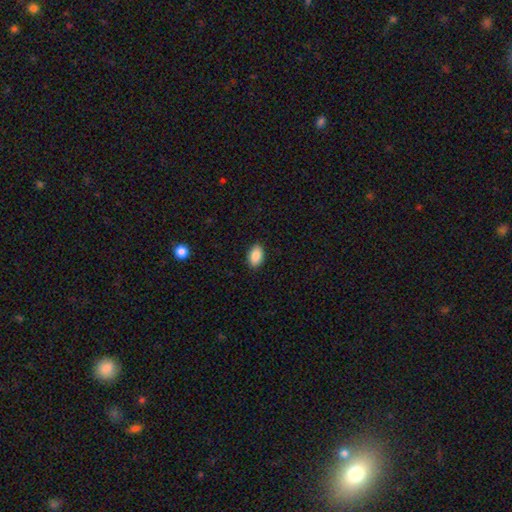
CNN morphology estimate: type=smooth (90%); roundness=in between (92%); merging=none (89%).